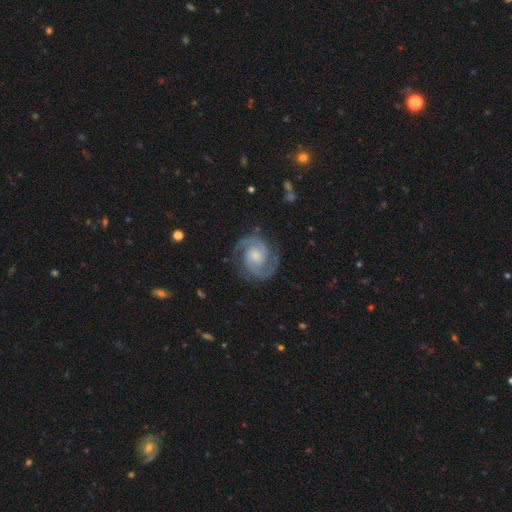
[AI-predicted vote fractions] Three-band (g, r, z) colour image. It shows a featured or disk galaxy (93%) with no bar (58%), 2 (93%) medium (52%) spiral arms (99%) and a small central bulge (48%). Merging: none (83%).